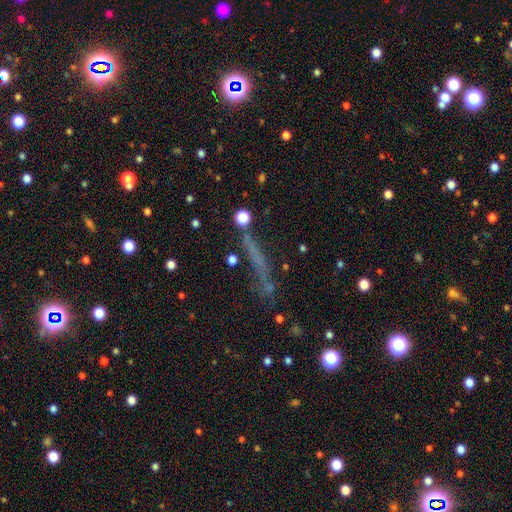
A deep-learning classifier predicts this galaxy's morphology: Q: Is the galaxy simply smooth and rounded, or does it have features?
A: smooth — 37%.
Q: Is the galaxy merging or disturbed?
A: none — 68%.